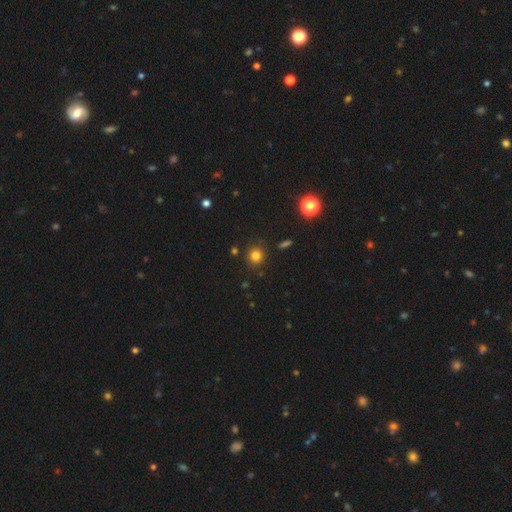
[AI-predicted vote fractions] This appears to be a smooth galaxy with no disk features (80%) that is round (89%). Merging: none (87%).